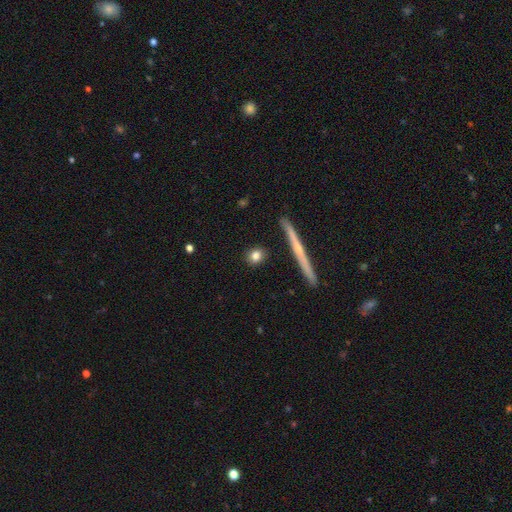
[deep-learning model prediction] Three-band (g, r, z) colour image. It shows a smooth galaxy with no disk features (80%) that is round (67%). Merging: none (89%).